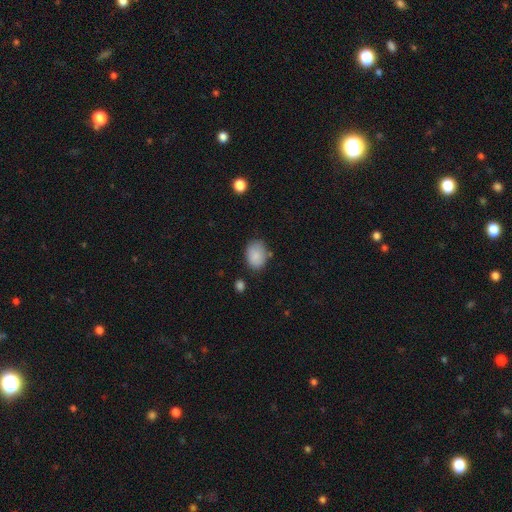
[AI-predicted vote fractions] Morphology: type=smooth (86%); roundness=in between (75%); merging=none (73%).